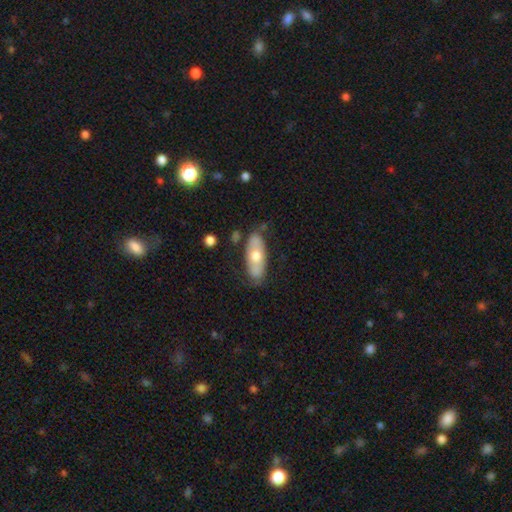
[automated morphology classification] Smooth or featured? smooth (54%)
How rounded? in between (79%)
Merging? none (75%)